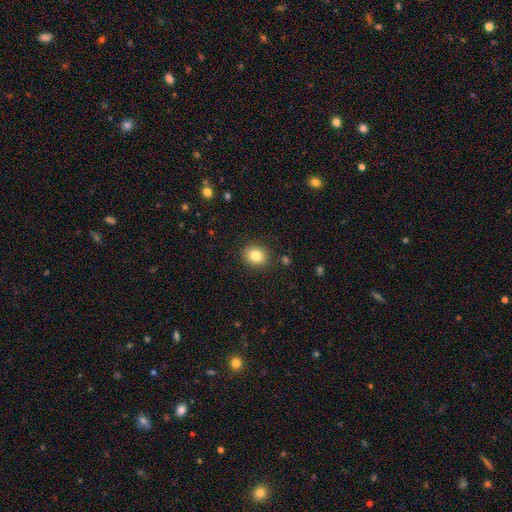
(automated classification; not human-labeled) Q: Smooth or featured?
A: smooth (82%); runner-up: star or artifact (10%)
Q: How rounded?
A: round (65%); runner-up: in between (35%)
Q: Merging?
A: none (88%); runner-up: minor disturbance (8%)